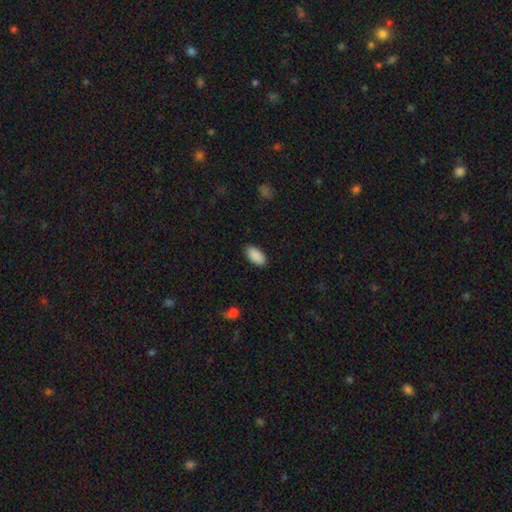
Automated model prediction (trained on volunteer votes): smooth 90%, star or artifact 6%, featured or disk 3%. Down the decision tree: how rounded — in between (94%); merging — none (89%).